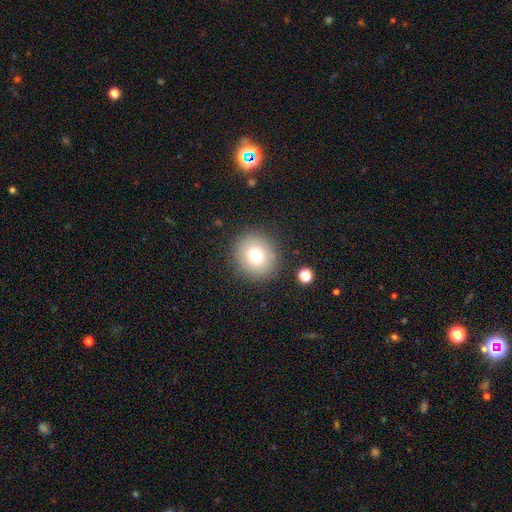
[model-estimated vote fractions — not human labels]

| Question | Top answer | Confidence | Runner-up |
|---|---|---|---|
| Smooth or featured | smooth | 74% | featured or disk (13%) |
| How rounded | round | 88% | in between (11%) |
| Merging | none | 88% | minor disturbance (7%) |